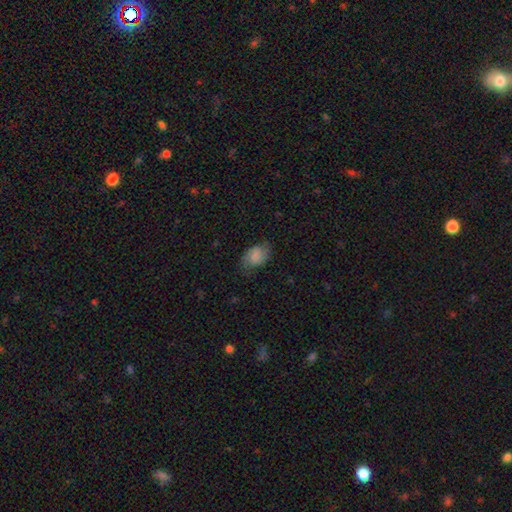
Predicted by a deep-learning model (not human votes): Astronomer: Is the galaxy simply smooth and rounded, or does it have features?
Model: smooth — 55% (runner-up: featured or disk, 36%).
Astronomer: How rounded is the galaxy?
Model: in between — 86%.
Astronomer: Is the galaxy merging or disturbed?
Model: none — 69%.